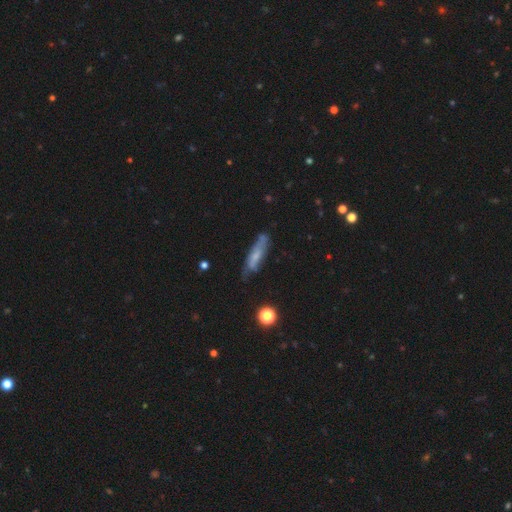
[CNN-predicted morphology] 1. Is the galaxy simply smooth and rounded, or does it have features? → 50% smooth, 41% featured or disk, 9% star or artifact.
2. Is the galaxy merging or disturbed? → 62% none, 26% minor disturbance, 8% major disturbance, 4% merger.